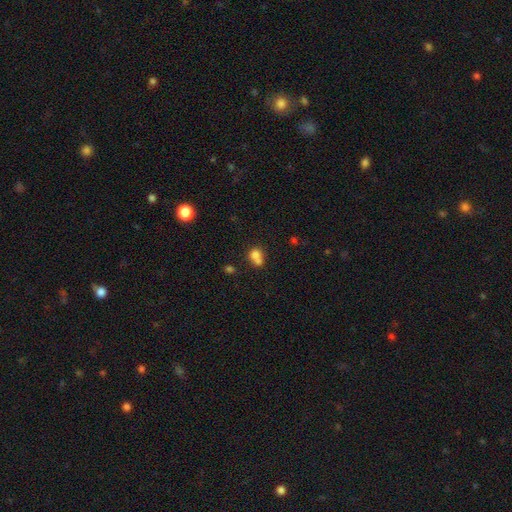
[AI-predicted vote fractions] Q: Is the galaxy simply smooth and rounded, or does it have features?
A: smooth — 73%.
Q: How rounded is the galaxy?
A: round — 66%.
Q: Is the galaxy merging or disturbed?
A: merger — 58%.